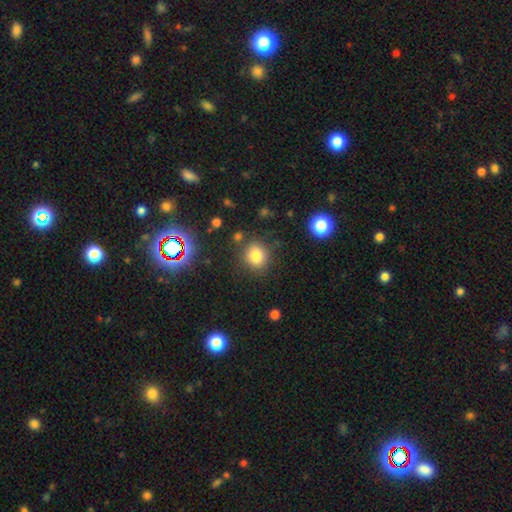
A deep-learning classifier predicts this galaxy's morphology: Overall: smooth (79%). How rounded: round (78%). Merging: none (83%).